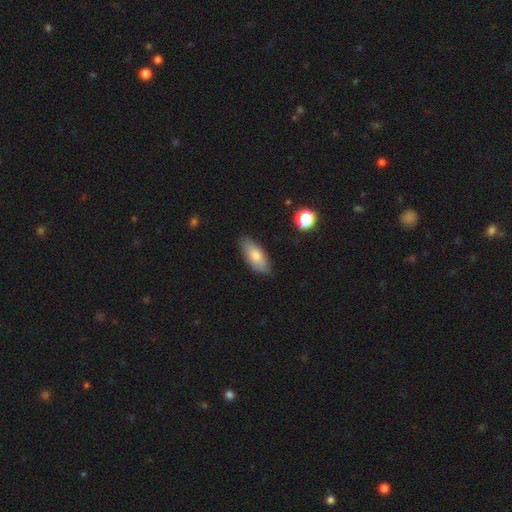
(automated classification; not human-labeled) The model was most divided on "smooth or featured": smooth: 77%, featured or disk: 16%, star or artifact: 7%. More confident: how rounded — in between (87%); merging — none (81%).